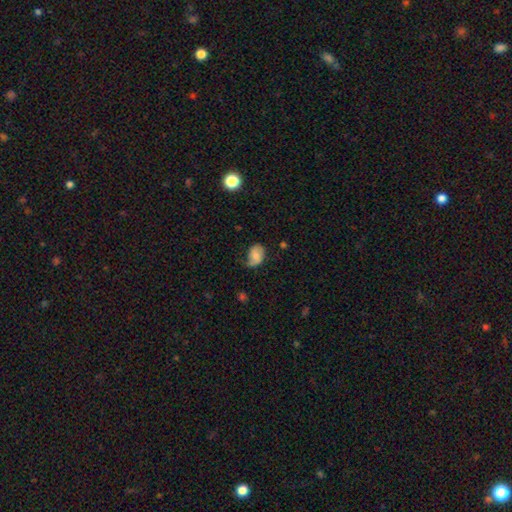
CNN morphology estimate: Smooth or featured? Predicted: smooth (p=0.58). How rounded? Predicted: in between (p=0.73). Merging? Predicted: none (p=0.40).